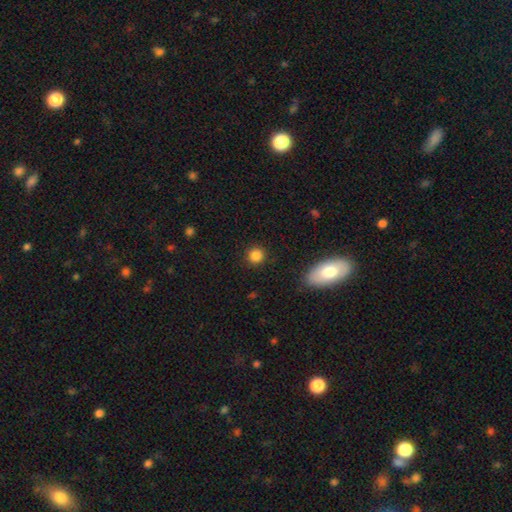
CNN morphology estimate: The model was most divided on "smooth or featured": smooth: 85%, star or artifact: 11%, featured or disk: 4%. More confident: how rounded — round (90%); merging — none (90%).